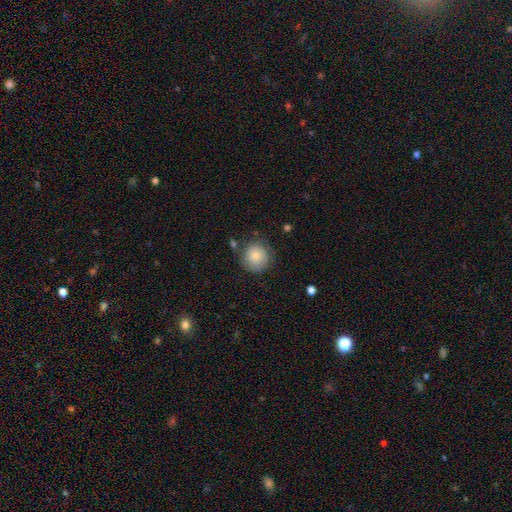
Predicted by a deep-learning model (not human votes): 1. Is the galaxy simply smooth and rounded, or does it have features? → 76% smooth, 16% featured or disk, 8% star or artifact.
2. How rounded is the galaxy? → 92% round, 7% in between, 1% cigar-shaped.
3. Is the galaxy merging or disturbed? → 74% none, 17% minor disturbance, 6% major disturbance, 3% merger.